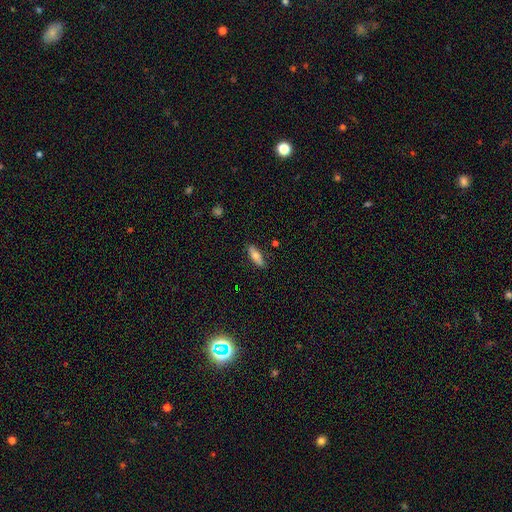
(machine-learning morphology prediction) Smooth or featured? smooth (69%)
How rounded? in between (58%)
Merging? none (86%)